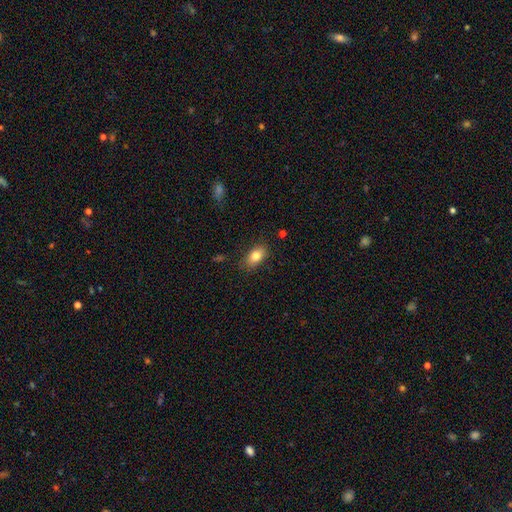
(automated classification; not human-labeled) The model was most divided on "merging": none: 83%, minor disturbance: 13%, major disturbance: 3%, merger: 1%. More confident: how rounded — in between (88%); smooth or featured — smooth (81%).